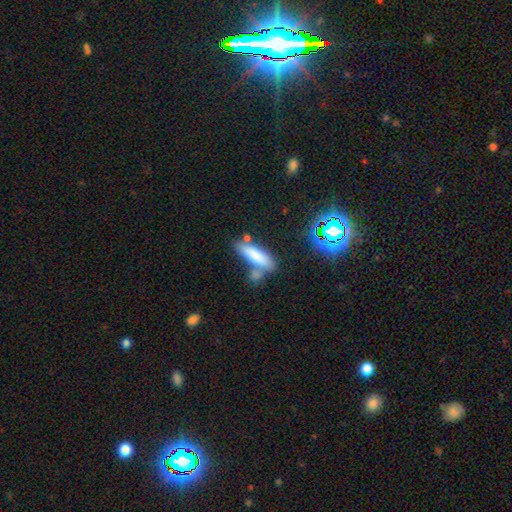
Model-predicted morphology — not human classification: This is likely a smooth galaxy (78%). How rounded: possibly cigar-shaped (57%). Merging: possibly none (51%).